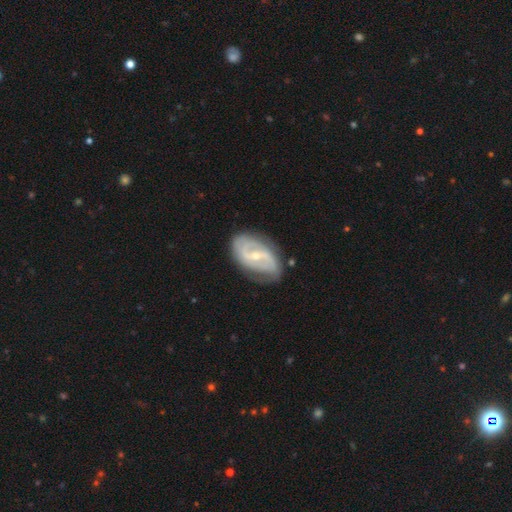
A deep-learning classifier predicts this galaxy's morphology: Smooth or featured?
  - featured or disk: 85% *
  - smooth: 10%
  - star or artifact: 5%
Edge-on disk?
  - no: 96% *
  - yes: 4%
Bar?
  - weak: 45% *
  - strong: 38%
  - no: 18%
Spiral arms?
  - yes: 91% *
  - no: 9%
Spiral winding?
  - medium: 42% *
  - loose: 32%
  - tight: 27%
Spiral arm count?
  - 2: 79% *
  - can't tell: 11%
  - 3: 4%
  - 1: 3%
  - 4: 2%
  - more than 4: 2%
Bulge size?
  - small: 63% *
  - moderate: 34%
  - none: 1%
  - large: 1%
  - dominant: 1%
Merging?
  - none: 73% *
  - minor disturbance: 19%
  - major disturbance: 6%
  - merger: 2%